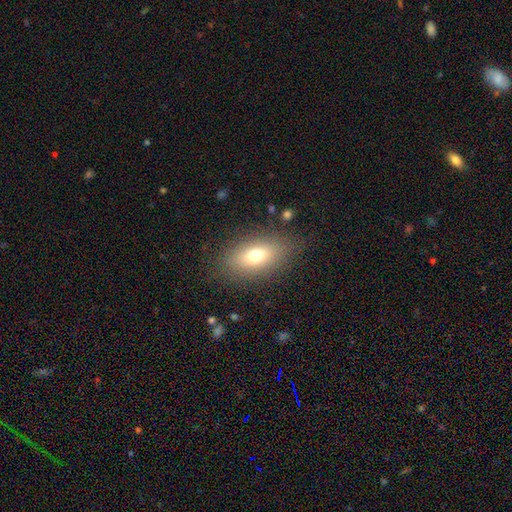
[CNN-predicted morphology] Overall: smooth (70%). How rounded: in between (81%). Merging: none (82%).